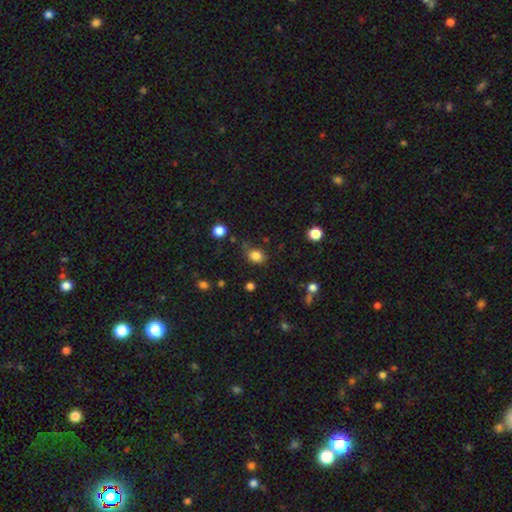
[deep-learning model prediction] This is clearly a smooth galaxy (83%). How rounded: possibly round (53%). Merging: likely none (69%).